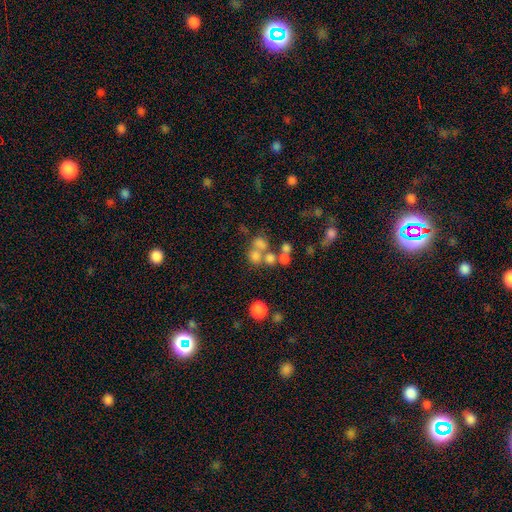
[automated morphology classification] Q: Smooth or featured?
A: smooth (59%); runner-up: featured or disk (22%)
Q: How rounded?
A: round (78%); runner-up: in between (21%)
Q: Merging?
A: merger (46%); runner-up: none (39%)